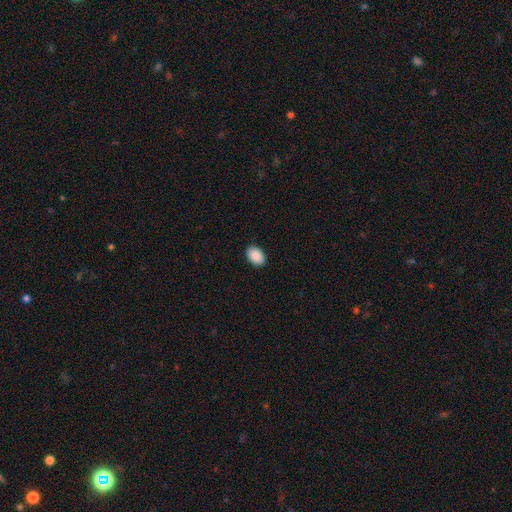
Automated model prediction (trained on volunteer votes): The model was most divided on "how rounded": in between: 87%, round: 12%, cigar-shaped: 1%. More confident: merging — none (91%); smooth or featured — smooth (90%).